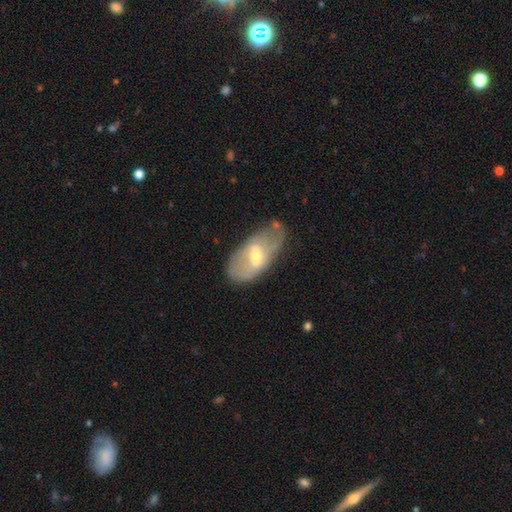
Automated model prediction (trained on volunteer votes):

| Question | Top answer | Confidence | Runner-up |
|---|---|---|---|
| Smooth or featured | featured or disk | 61% | smooth (31%) |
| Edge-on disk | no | 89% | yes (11%) |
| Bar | weak | 51% | strong (27%) |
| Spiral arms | yes | 55% | no (45%) |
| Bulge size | moderate | 49% | small (45%) |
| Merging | none | 56% | minor disturbance (29%) |